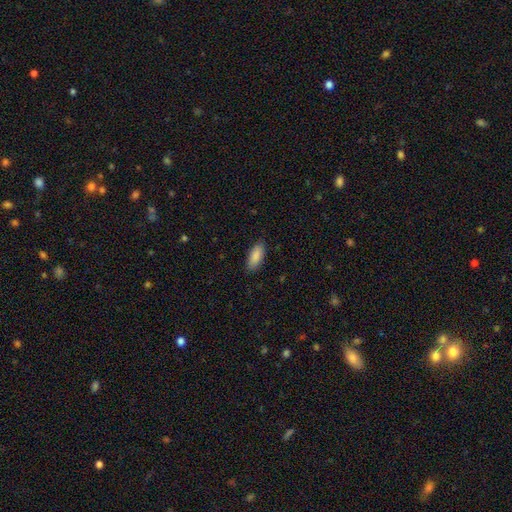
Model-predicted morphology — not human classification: This appears to be a smooth galaxy with no disk features (89%) that is in between round and cigar-shaped (85%). Merging: none (87%).